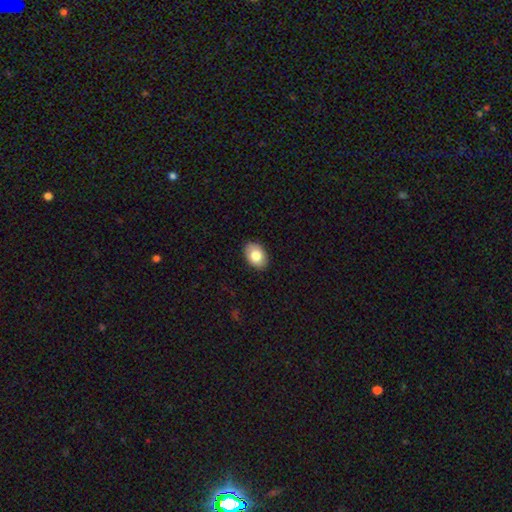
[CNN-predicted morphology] This is likely a smooth galaxy (80%). How rounded: clearly in between (82%). Merging: clearly none (88%).